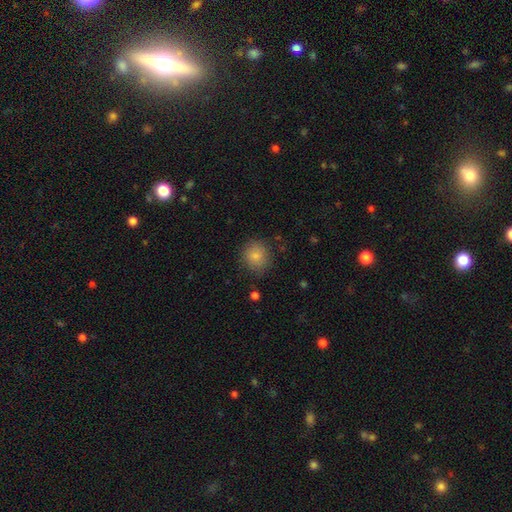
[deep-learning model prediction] The model was most divided on "how rounded": round: 81%, in between: 18%, cigar-shaped: 1%. More confident: smooth or featured — smooth (84%); merging — none (80%).